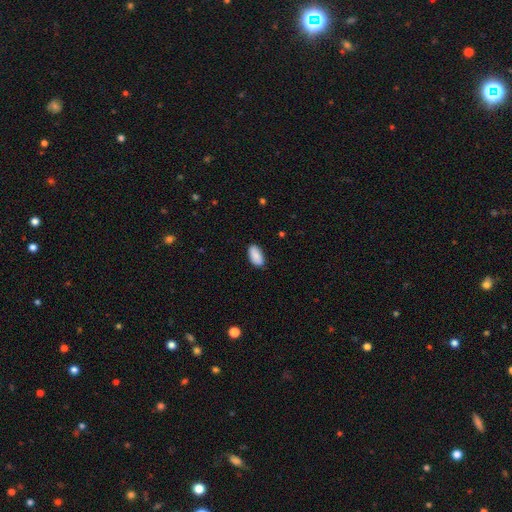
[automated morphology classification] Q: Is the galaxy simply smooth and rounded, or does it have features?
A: smooth — 88%.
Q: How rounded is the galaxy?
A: in between — 94%.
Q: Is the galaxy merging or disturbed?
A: none — 83%.